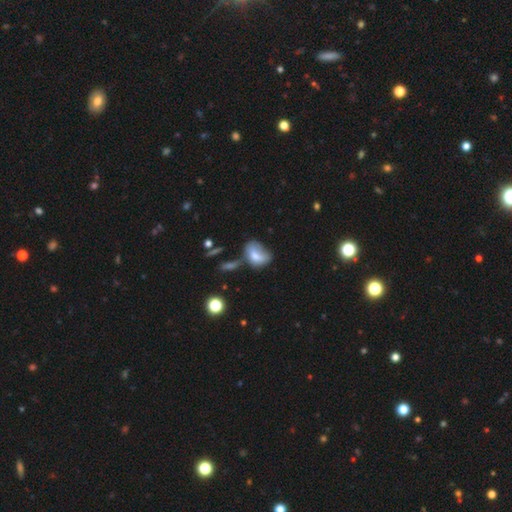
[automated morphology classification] This is likely a smooth galaxy (64%). How rounded: likely in between (77%). Merging: marginally none (29%, tied with minor disturbance).